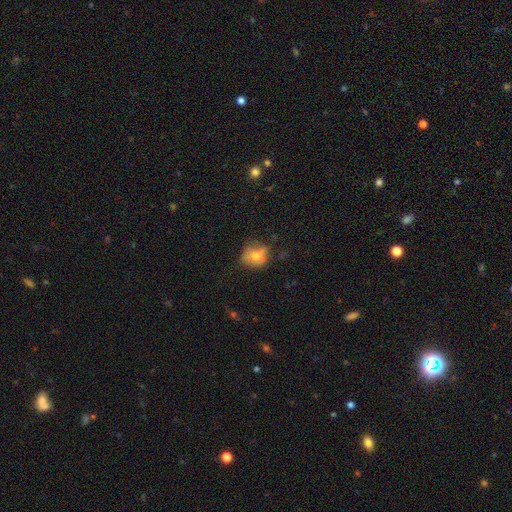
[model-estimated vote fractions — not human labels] Overall: smooth (61%; featured or disk 27%). How rounded: round (71%). Merging: none (53%; minor disturbance 27%).